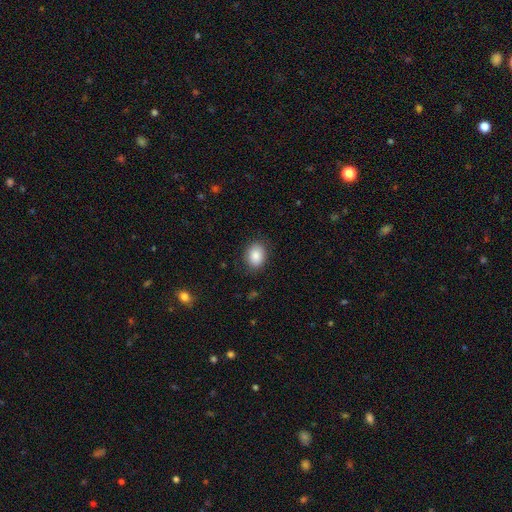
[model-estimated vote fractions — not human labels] A smooth galaxy with no disk features (87%) that is in between round and cigar-shaped (67%).

Vote fractions:
- Smooth or featured? smooth: 87% / star or artifact: 8% / featured or disk: 5%
- How rounded? in between: 67% / round: 32% / cigar-shaped: 1%
- Merging? none: 85% / minor disturbance: 11% / major disturbance: 3% / merger: 1%